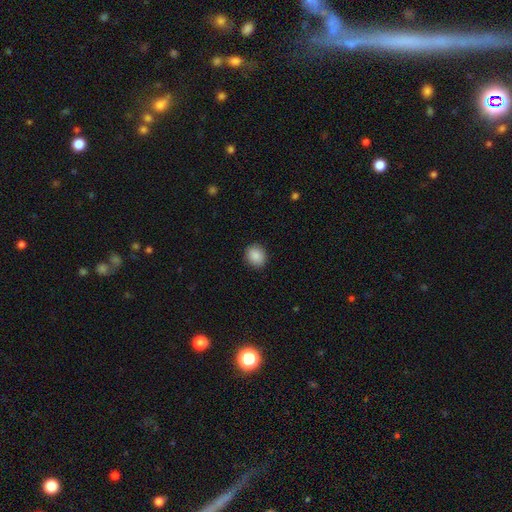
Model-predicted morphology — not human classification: This appears to be a smooth galaxy with no disk features (88%) that is round (71%). Merging: none (89%).